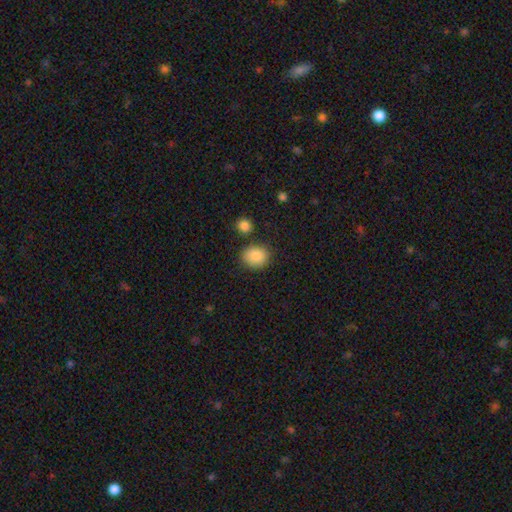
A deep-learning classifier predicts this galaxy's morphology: The model was most divided on "how rounded": round: 61%, in between: 38%, cigar-shaped: 1%. More confident: smooth or featured — smooth (87%); merging — none (79%).